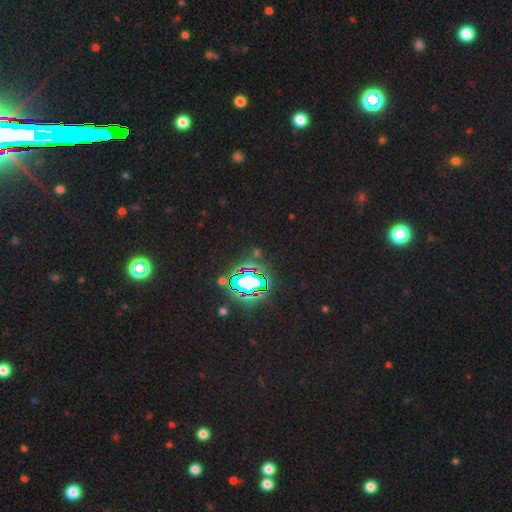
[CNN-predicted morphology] Overall: star or artifact (79%).